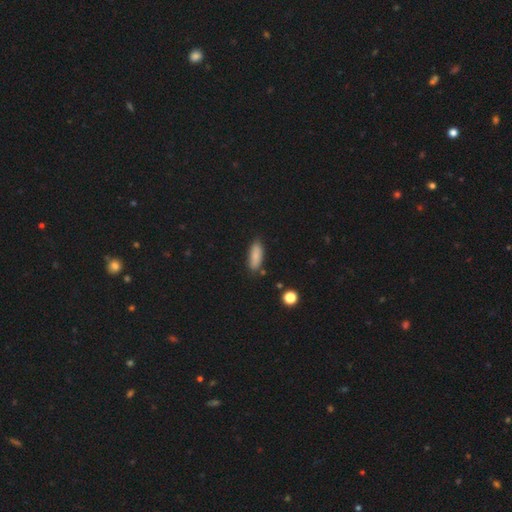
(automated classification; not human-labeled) Smooth or featured? Predicted: smooth (p=0.84). How rounded? Predicted: in between (p=0.70). Merging? Predicted: none (p=0.80).